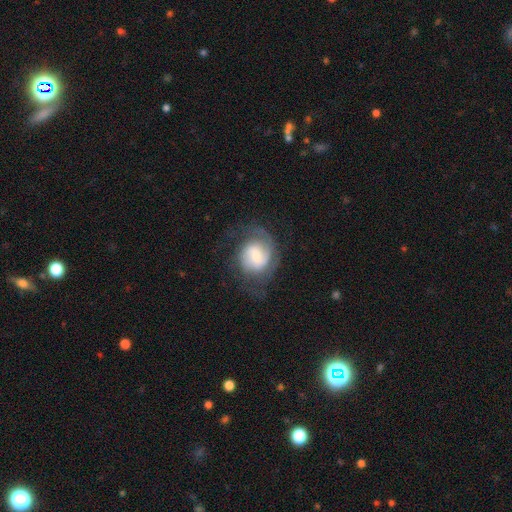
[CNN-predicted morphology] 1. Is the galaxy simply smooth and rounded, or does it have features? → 66% featured or disk, 26% smooth, 8% star or artifact.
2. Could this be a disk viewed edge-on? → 98% no, 2% yes.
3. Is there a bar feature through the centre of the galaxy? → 48% weak, 40% no, 12% strong.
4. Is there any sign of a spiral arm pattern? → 90% yes, 10% no.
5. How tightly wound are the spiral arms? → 43% medium, 38% tight, 20% loose.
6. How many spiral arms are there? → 56% 2, 21% can't tell, 12% 1, 7% 3, 2% 4, 2% more than 4.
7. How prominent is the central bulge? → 41% small, 31% moderate, 15% large, 10% none, 3% dominant.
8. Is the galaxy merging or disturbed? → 59% none, 21% minor disturbance, 19% major disturbance, 1% merger.